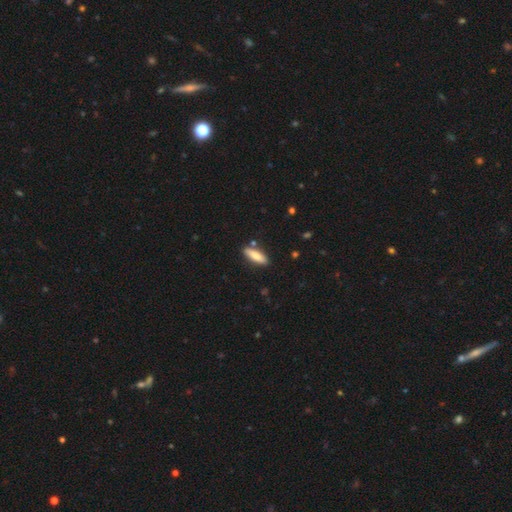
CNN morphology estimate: This is likely a smooth galaxy (76%). How rounded: possibly cigar-shaped (52%). Merging: clearly none (85%).